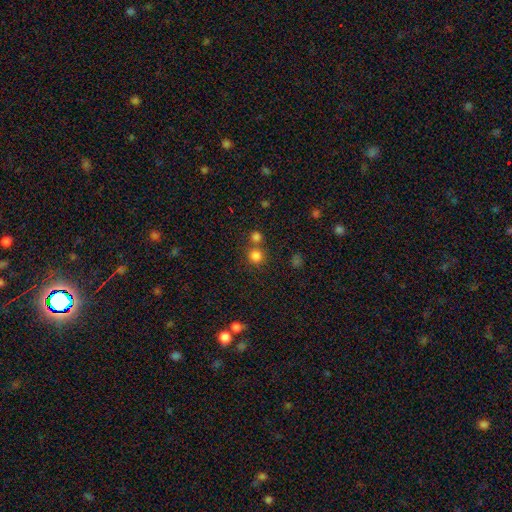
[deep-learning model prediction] Smooth or featured? Predicted: smooth (p=0.81). How rounded? Predicted: round (p=0.91). Merging? Predicted: none (p=0.67).